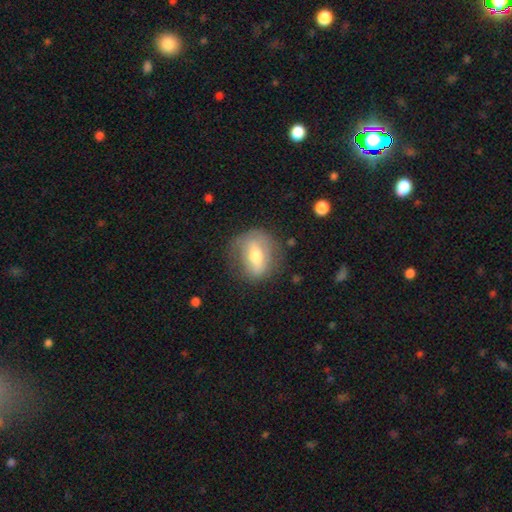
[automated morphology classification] smooth 46% (tied), featured or disk 46% (tied), star or artifact 8%. Down the decision tree: merging — none (71%).